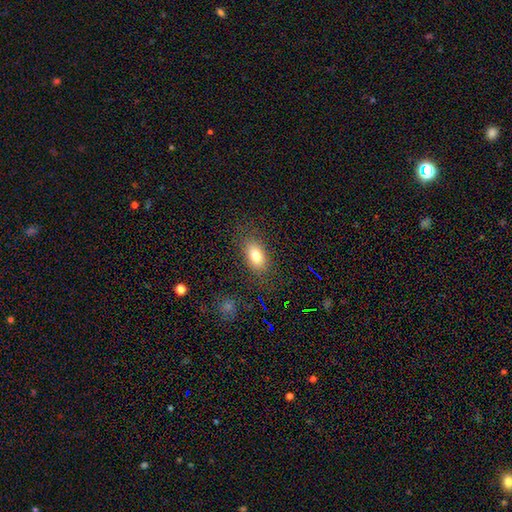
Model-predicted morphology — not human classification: This appears to be a smooth galaxy with no disk features (79%) that is in between round and cigar-shaped (86%). Merging: none (82%).